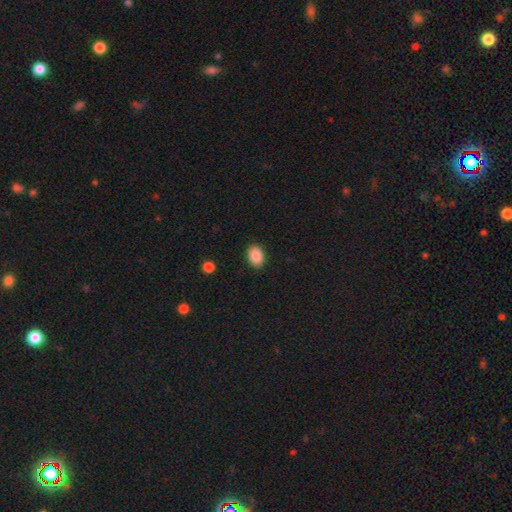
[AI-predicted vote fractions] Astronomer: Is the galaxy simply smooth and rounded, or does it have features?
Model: smooth — 87%.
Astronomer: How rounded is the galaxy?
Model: in between — 77%.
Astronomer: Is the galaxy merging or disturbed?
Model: none — 89%.